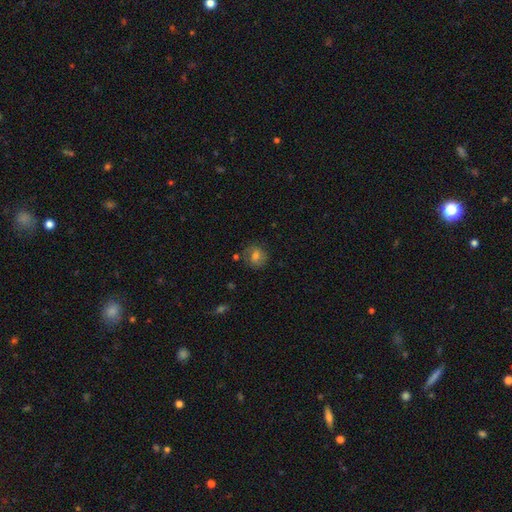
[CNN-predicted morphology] Q: Smooth or featured?
A: smooth (67%); runner-up: featured or disk (21%)
Q: How rounded?
A: round (78%); runner-up: in between (21%)
Q: Merging?
A: none (73%); runner-up: minor disturbance (18%)